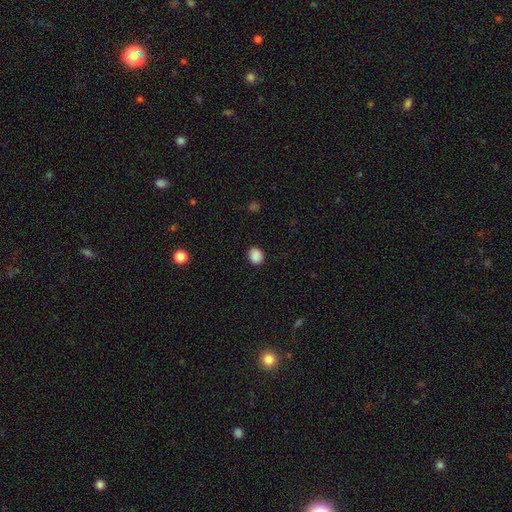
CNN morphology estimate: smooth-or-featured: smooth: 88% | star or artifact: 9% | featured or disk: 2%
  how-rounded: round: 73% | in between: 26% | cigar-shaped: 1%
  merging: none: 89% | minor disturbance: 8% | major disturbance: 2% | merger: 1%